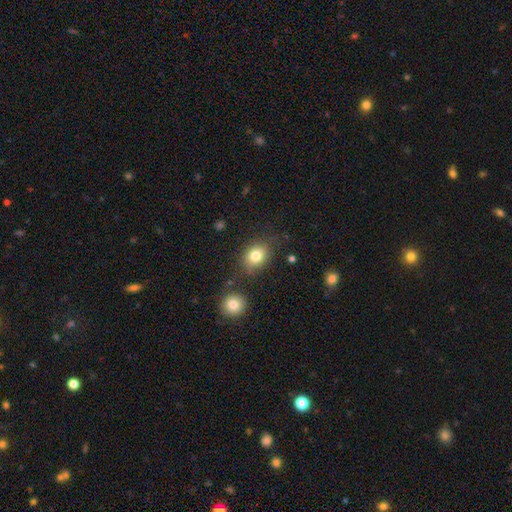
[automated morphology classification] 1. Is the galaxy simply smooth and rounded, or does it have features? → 80% smooth, 10% star or artifact, 9% featured or disk.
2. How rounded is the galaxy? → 50% round, 49% in between, 1% cigar-shaped.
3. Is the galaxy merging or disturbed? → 71% none, 17% minor disturbance, 6% major disturbance, 6% merger.